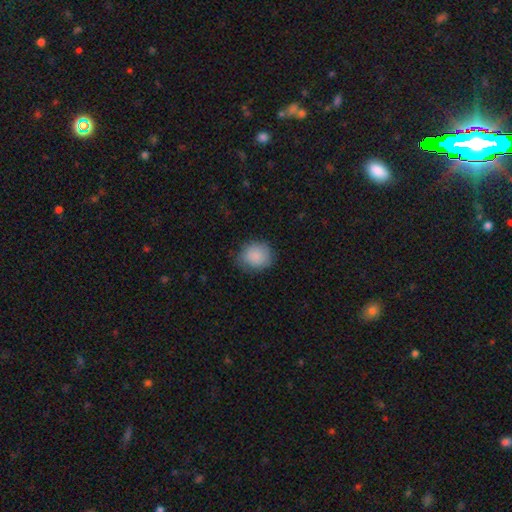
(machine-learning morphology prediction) A smooth galaxy with no disk features (88%) that is round (75%).

Vote fractions:
- Smooth or featured? smooth: 88% / star or artifact: 7% / featured or disk: 5%
- How rounded? round: 75% / in between: 25% / cigar-shaped: 1%
- Merging? none: 73% / minor disturbance: 21% / major disturbance: 5% / merger: 1%